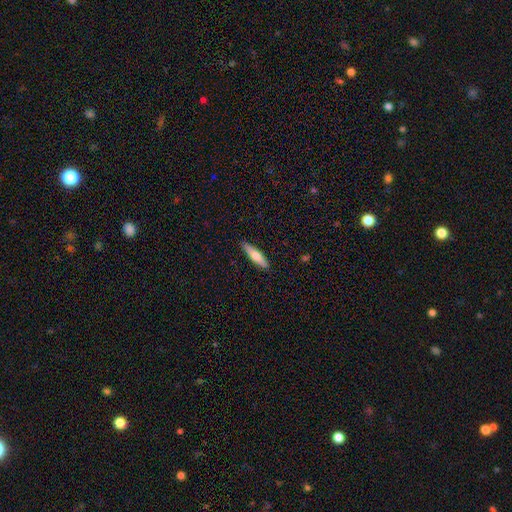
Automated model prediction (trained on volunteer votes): Smooth or featured? Predicted: smooth (p=0.64). How rounded? Predicted: cigar-shaped (p=0.75). Merging? Predicted: none (p=0.90).